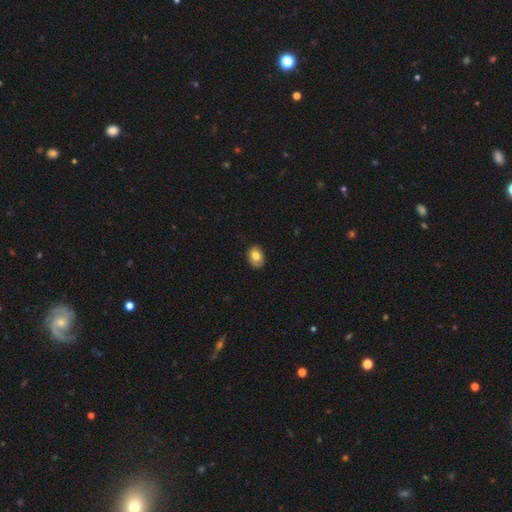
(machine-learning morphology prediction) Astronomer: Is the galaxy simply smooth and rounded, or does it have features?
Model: smooth — 77%.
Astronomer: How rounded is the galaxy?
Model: in between — 72%.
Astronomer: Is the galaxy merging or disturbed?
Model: none — 83%.